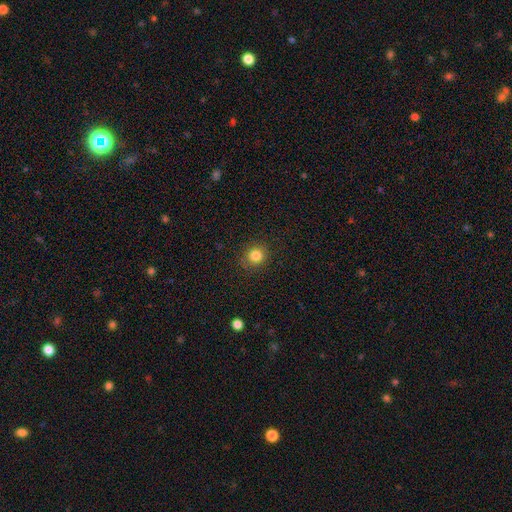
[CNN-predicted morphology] This is clearly a smooth galaxy (83%). How rounded: clearly round (88%). Merging: clearly none (89%).